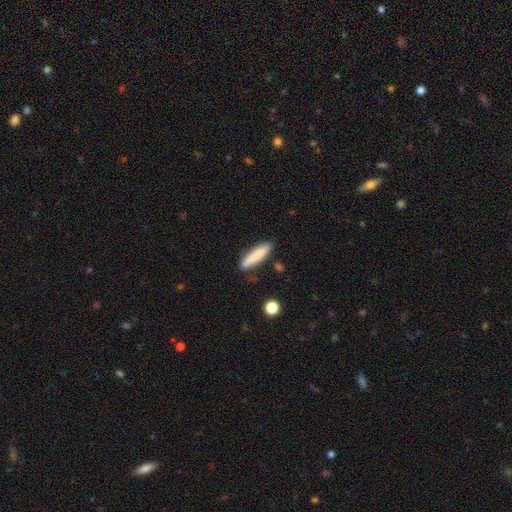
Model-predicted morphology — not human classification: This appears to be a smooth galaxy with no disk features (83%) that is cigar-shaped (78%). Merging: none (82%).